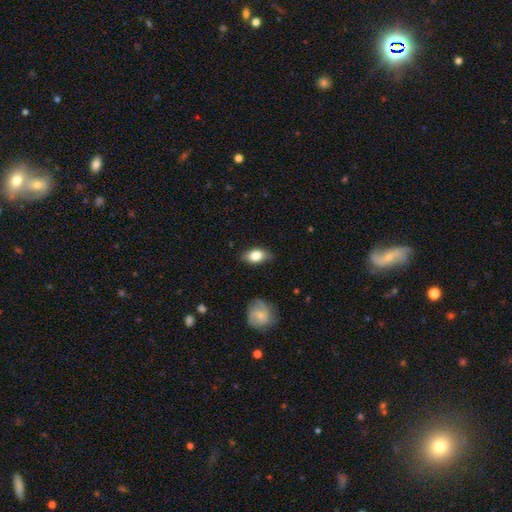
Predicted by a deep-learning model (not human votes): This appears to be a smooth galaxy with no disk features (77%) that is in between round and cigar-shaped (86%). Merging: none (77%).